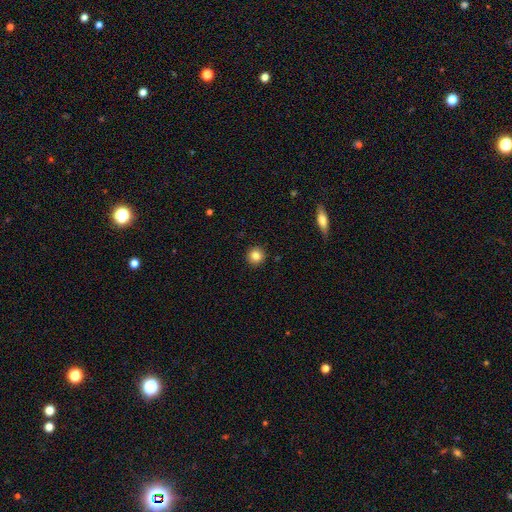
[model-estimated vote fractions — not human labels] This appears to be a smooth galaxy with no disk features (83%) that is round (94%). Merging: none (92%).